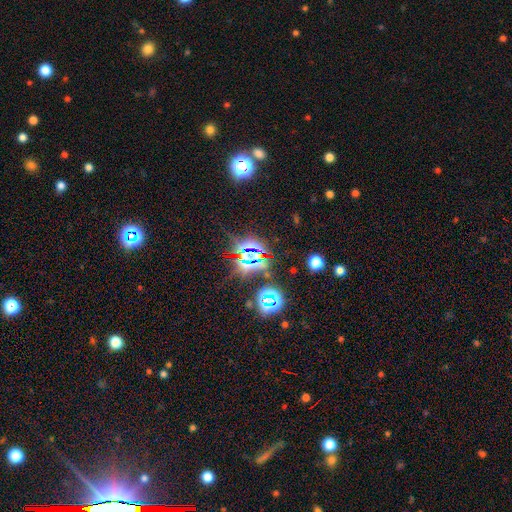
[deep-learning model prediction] Smooth or featured? star or artifact (79%)